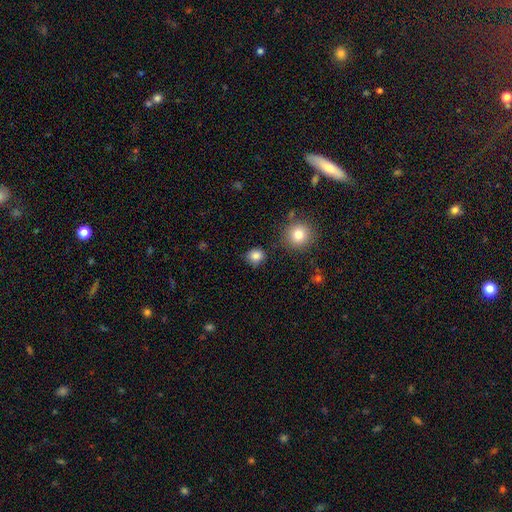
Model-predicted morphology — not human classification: type=smooth (84%); roundness=round (81%); merging=none (81%).